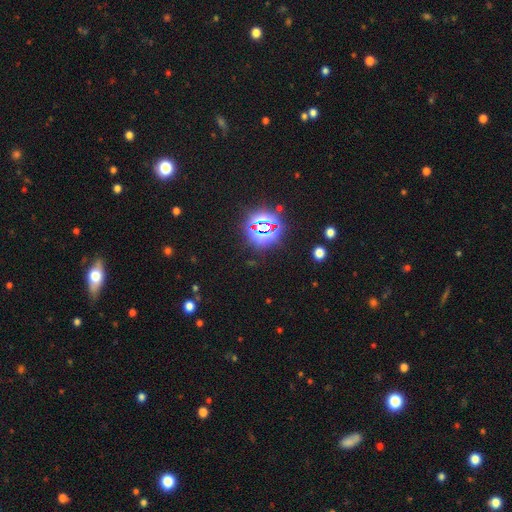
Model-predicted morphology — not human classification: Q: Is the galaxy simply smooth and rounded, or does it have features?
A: star or artifact — 78%.